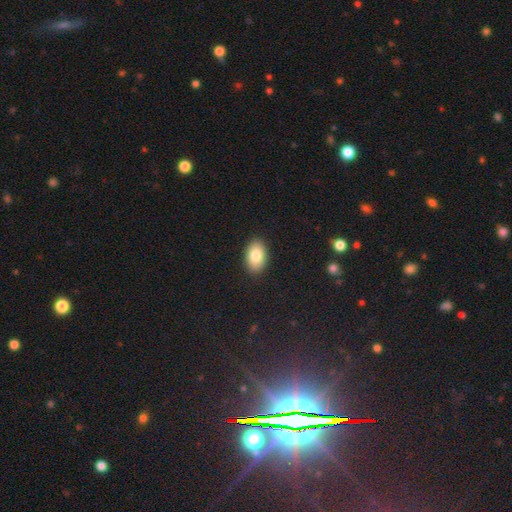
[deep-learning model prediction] Q: Smooth or featured?
A: smooth (83%); runner-up: featured or disk (10%)
Q: How rounded?
A: in between (90%); runner-up: round (8%)
Q: Merging?
A: none (89%); runner-up: minor disturbance (8%)